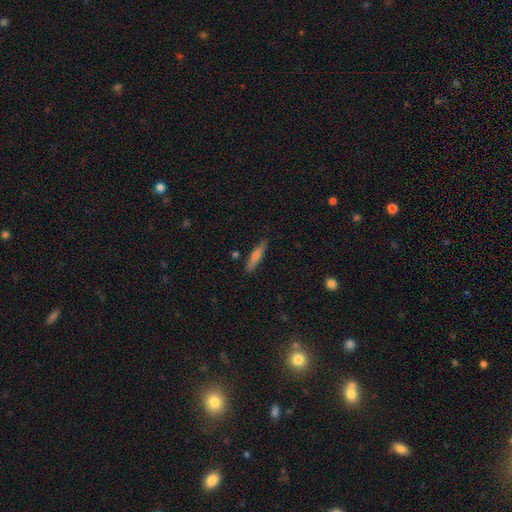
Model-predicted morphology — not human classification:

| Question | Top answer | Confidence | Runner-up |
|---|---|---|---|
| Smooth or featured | smooth | 55% | featured or disk (38%) |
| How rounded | cigar-shaped | 89% | in between (10%) |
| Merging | none | 87% | minor disturbance (10%) |